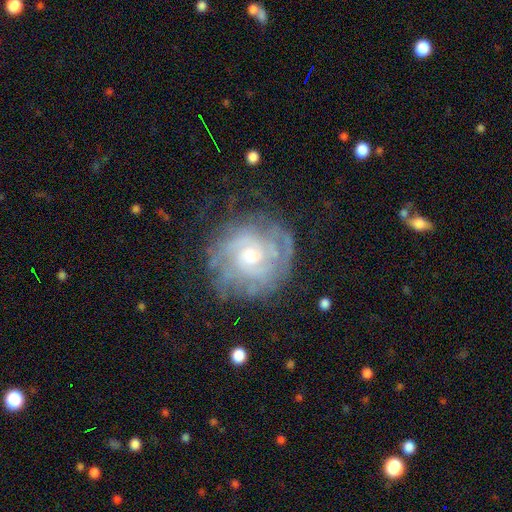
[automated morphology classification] smooth_or_featured: featured or disk (p=0.81) [alt: smooth p=0.12]
disk_edge_on: no (p=0.97) [alt: yes p=0.03]
bar: no (p=0.70) [alt: weak p=0.25]
has_spiral_arms: yes (p=0.88) [alt: no p=0.12]
spiral_winding: tight (p=0.61) [alt: medium p=0.30]
spiral_arm_count: can't tell (p=0.41) [alt: 2 p=0.23]
bulge_size: moderate (p=0.56) [alt: small p=0.34]
merging: none (p=0.67) [alt: minor disturbance p=0.19]